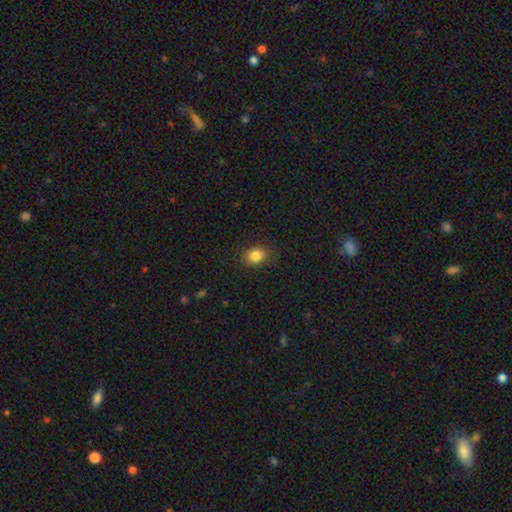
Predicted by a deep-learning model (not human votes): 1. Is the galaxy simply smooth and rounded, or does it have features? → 84% smooth, 11% star or artifact, 5% featured or disk.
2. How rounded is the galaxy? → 59% round, 40% in between, 1% cigar-shaped.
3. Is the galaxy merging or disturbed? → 86% none, 10% minor disturbance, 3% major disturbance, 1% merger.